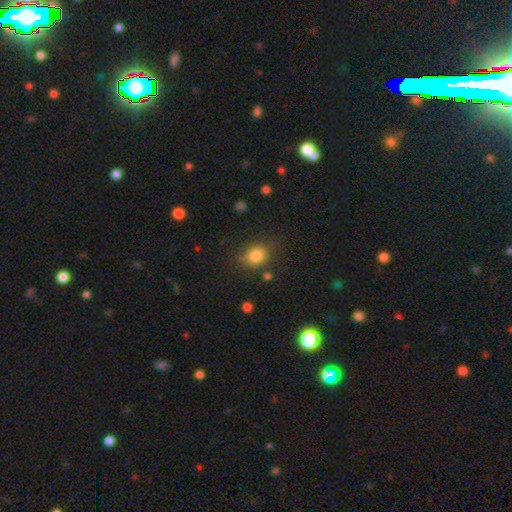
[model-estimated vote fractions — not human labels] This is clearly a smooth galaxy (81%). How rounded: likely round (67%). Merging: likely none (76%).